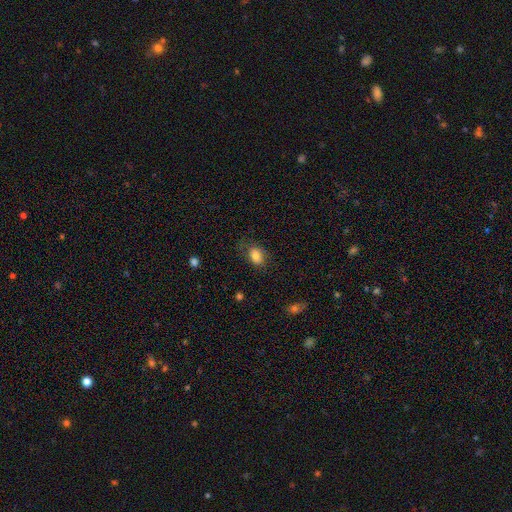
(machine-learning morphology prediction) smooth 81%, featured or disk 10%, star or artifact 9%. Down the decision tree: how rounded — in between (77%); merging — none (70%).